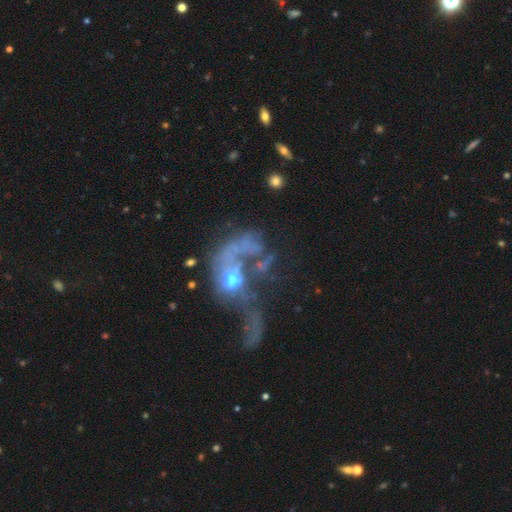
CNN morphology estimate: Smooth or featured?
  - featured or disk: 66% *
  - smooth: 18%
  - star or artifact: 16%
Edge-on disk?
  - no: 96% *
  - yes: 4%
Bar?
  - no: 78% *
  - weak: 16%
  - strong: 6%
Spiral arms?
  - no: 51% *
  - yes: 49%
Bulge size?
  - moderate: 57% *
  - small: 24%
  - large: 9%
  - none: 8%
  - dominant: 3%
Merging?
  - major disturbance: 44% *
  - merger: 35%
  - none: 13%
  - minor disturbance: 8%